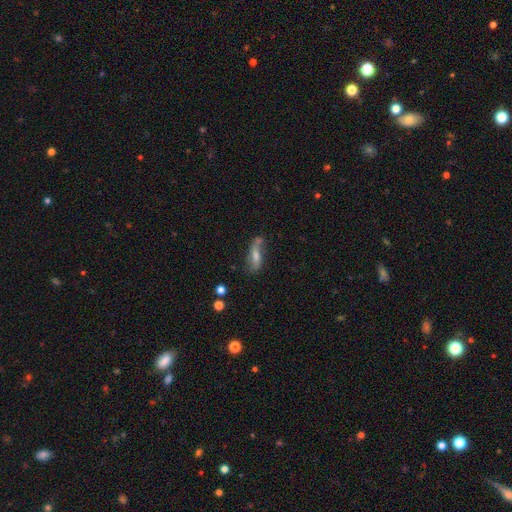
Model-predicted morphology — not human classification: The model was most divided on "how rounded": in between: 51%, cigar-shaped: 45%, round: 4%. Remaining: smooth or featured — smooth (56%); merging — none (47%).